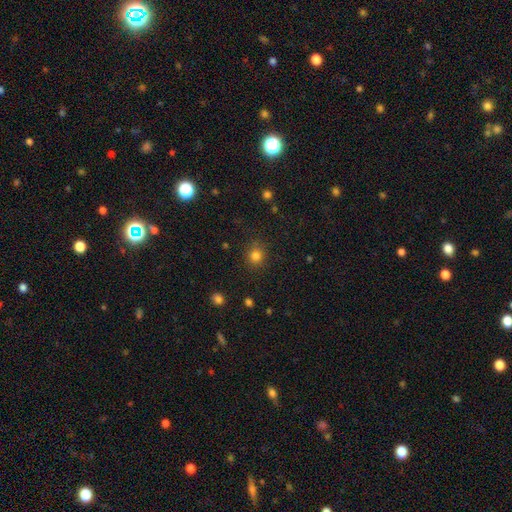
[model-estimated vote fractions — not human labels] Overall: smooth (81%). How rounded: round (87%). Merging: none (85%).